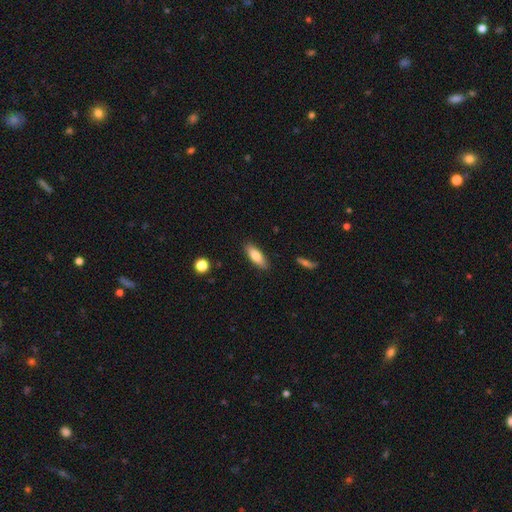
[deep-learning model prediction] smooth 77%, featured or disk 16%, star or artifact 6%. Down the decision tree: how rounded — in between (60%); merging — none (87%).